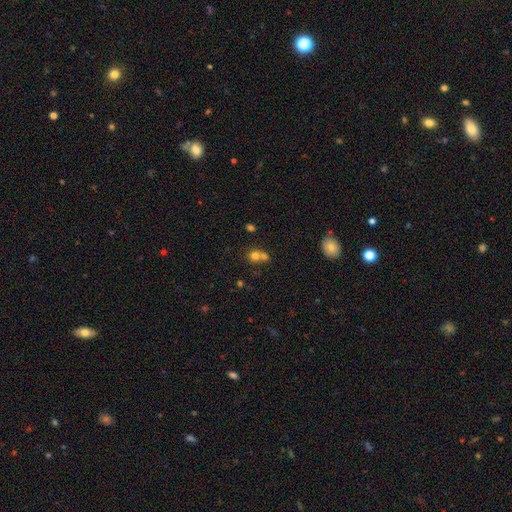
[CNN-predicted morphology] This is likely a smooth galaxy (72%). How rounded: likely round (79%). Merging: possibly merger (54%).